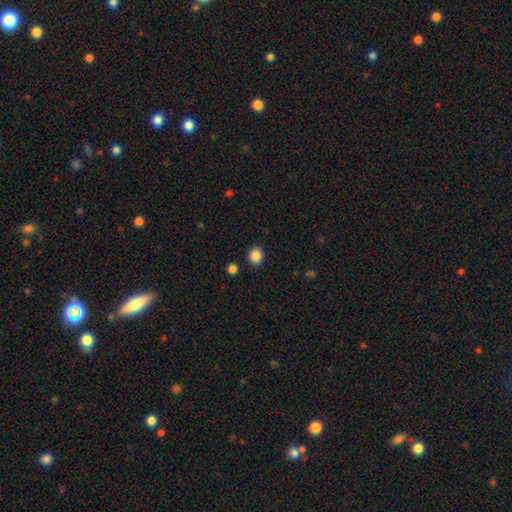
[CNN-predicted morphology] Overall: smooth (87%). How rounded: round (71%). Merging: none (88%).